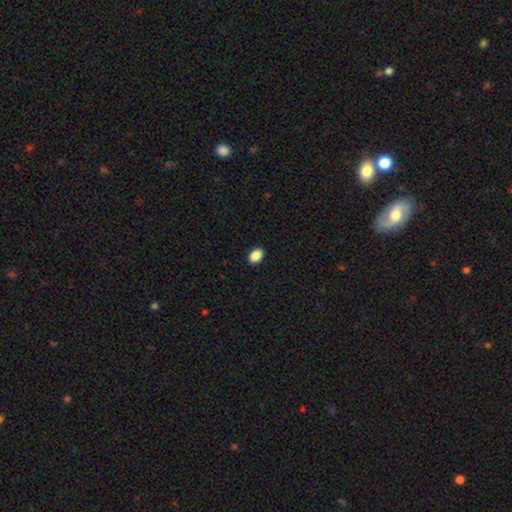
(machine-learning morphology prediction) smooth_or_featured: smooth (p=0.90) [alt: star or artifact p=0.08]
how_rounded: in between (p=0.85) [alt: round p=0.14]
merging: none (p=0.91) [alt: minor disturbance p=0.07]